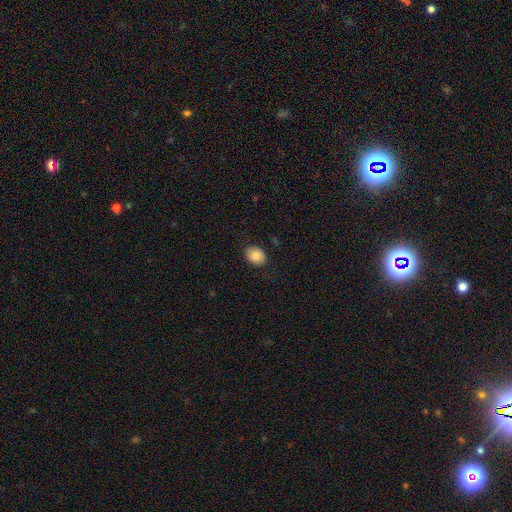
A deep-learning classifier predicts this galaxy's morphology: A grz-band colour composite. It shows a smooth galaxy with no disk features (84%) that is in between round and cigar-shaped (66%). Merging: none (85%).